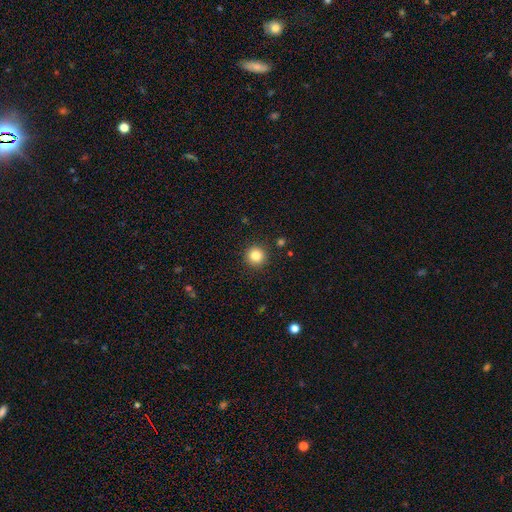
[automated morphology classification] Overall: smooth (83%). How rounded: round (95%). Merging: none (92%).